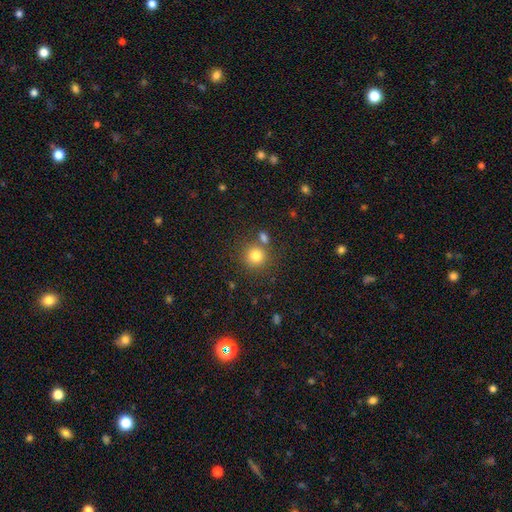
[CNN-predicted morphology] Smooth or featured? smooth (80%)
How rounded? round (91%)
Merging? none (73%)